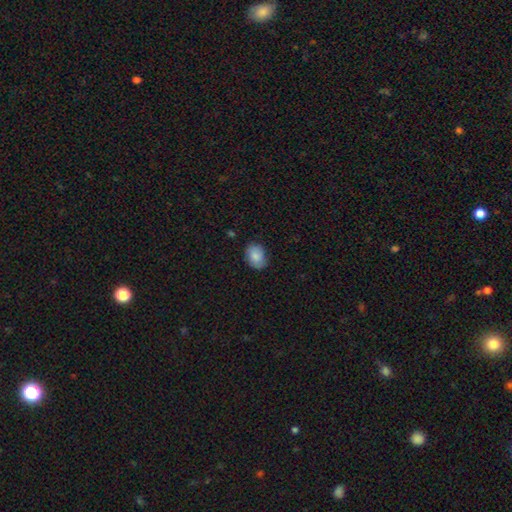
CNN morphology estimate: This appears to be a smooth galaxy with no disk features (85%) that is in between round and cigar-shaped (70%). Merging: none (78%).